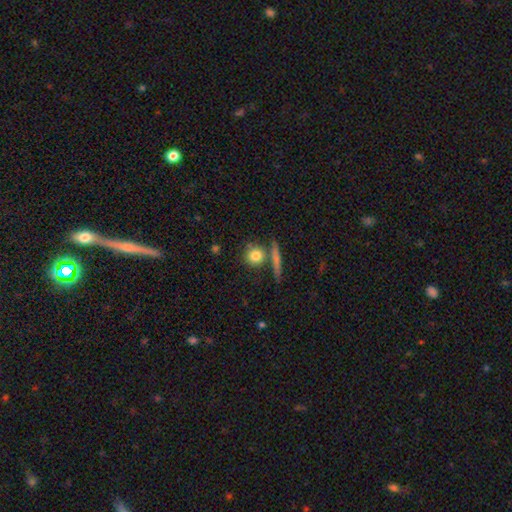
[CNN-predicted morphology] This appears to be a smooth galaxy with no disk features (80%) that is round (86%). Merging: none (71%).